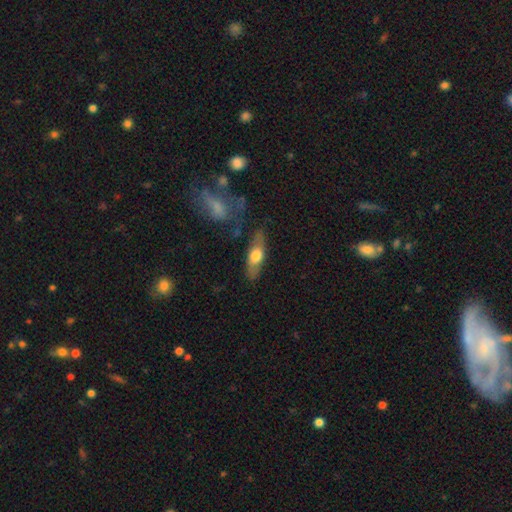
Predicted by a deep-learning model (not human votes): A smooth galaxy with no disk features (54%) that is in between round and cigar-shaped (55%). Merging: none (76%).